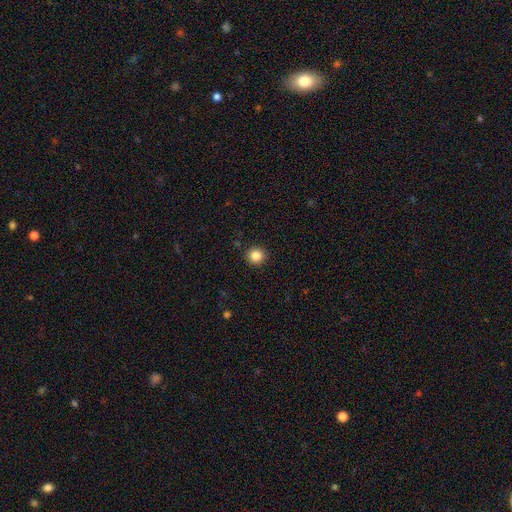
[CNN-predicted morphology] A smooth galaxy with no disk features (86%) that is round (94%). Merging: none (92%).